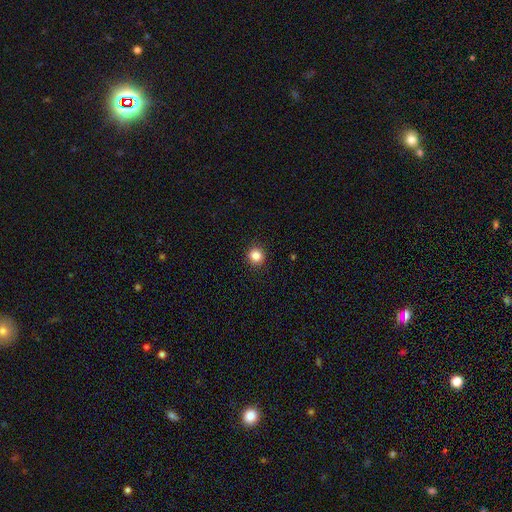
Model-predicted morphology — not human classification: smooth_or_featured: smooth (p=0.84) [alt: star or artifact p=0.12]
how_rounded: round (p=0.93) [alt: in between p=0.06]
merging: none (p=0.92) [alt: minor disturbance p=0.05]